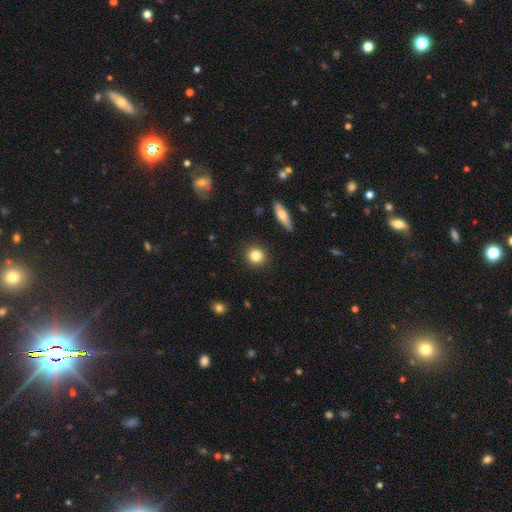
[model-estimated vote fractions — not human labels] Smooth or featured?
  - smooth: 83% *
  - star or artifact: 10%
  - featured or disk: 8%
How rounded?
  - round: 89% *
  - in between: 9%
  - cigar-shaped: 1%
Merging?
  - none: 92% *
  - minor disturbance: 5%
  - major disturbance: 2%
  - merger: 1%